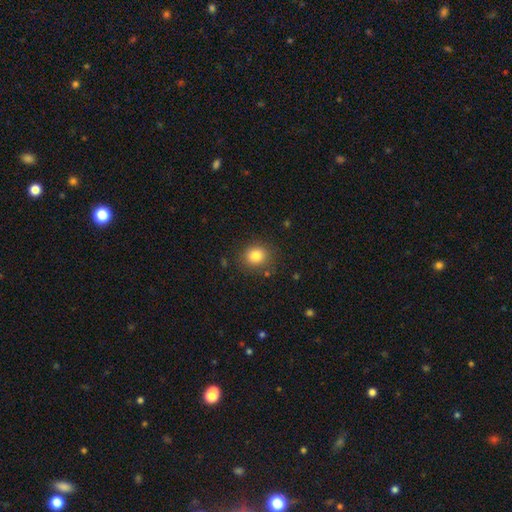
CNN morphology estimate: smooth_or_featured: smooth (p=0.82) [alt: star or artifact p=0.11]
how_rounded: round (p=0.79) [alt: in between p=0.20]
merging: none (p=0.85) [alt: minor disturbance p=0.10]